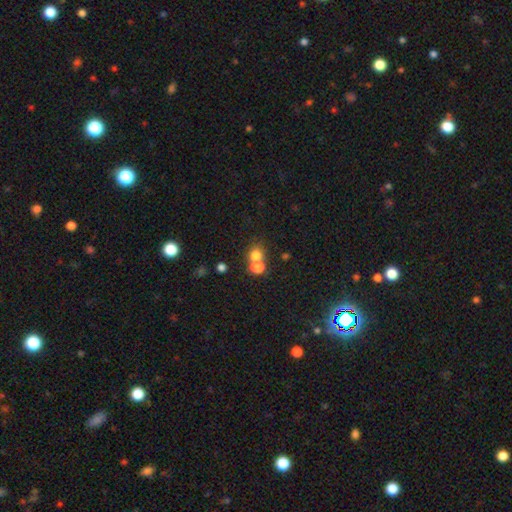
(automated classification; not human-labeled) Morphology: type=smooth (76%); roundness=round (80%); merging=none (47%).